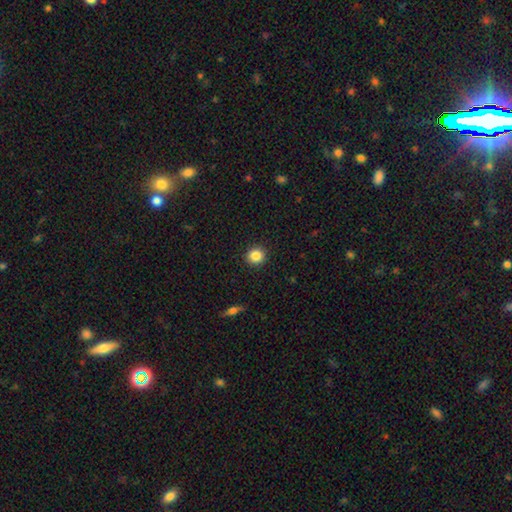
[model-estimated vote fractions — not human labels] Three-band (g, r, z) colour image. It shows a smooth galaxy with no disk features (86%) that is round (92%). Merging: none (92%).